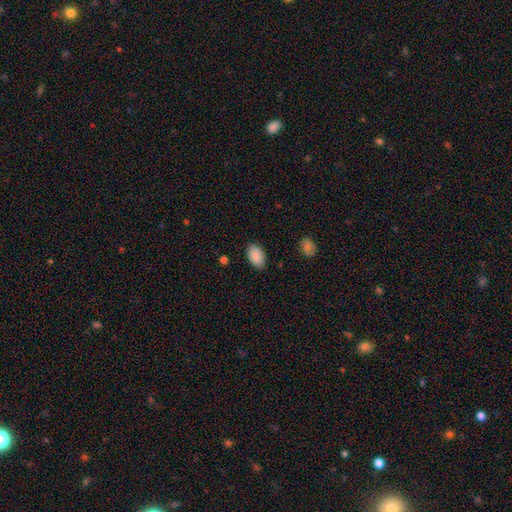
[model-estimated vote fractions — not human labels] Smooth or featured? Predicted: smooth (p=0.89). How rounded? Predicted: in between (p=0.91). Merging? Predicted: none (p=0.85).